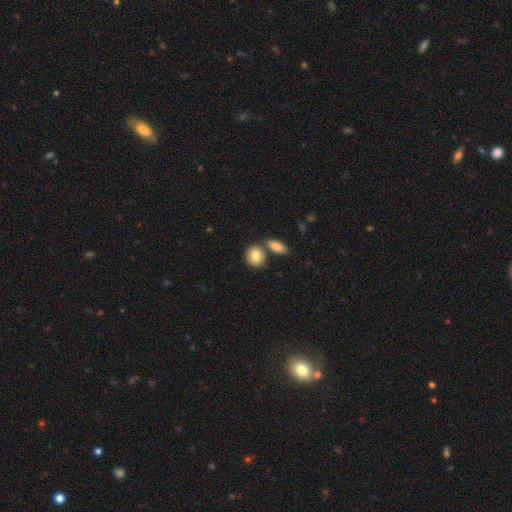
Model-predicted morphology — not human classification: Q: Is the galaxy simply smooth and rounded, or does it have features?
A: smooth — 82%.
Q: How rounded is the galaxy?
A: round — 63%.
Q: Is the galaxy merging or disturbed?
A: none — 63%.